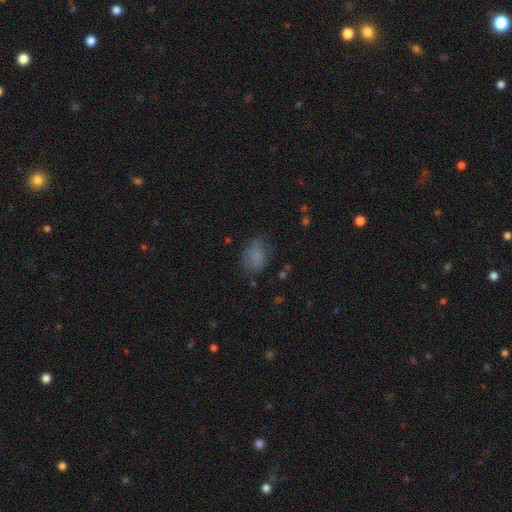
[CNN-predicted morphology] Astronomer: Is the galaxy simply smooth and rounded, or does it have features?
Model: smooth — 78%.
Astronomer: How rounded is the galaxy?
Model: in between — 72%.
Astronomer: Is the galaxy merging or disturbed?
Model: none — 64%.